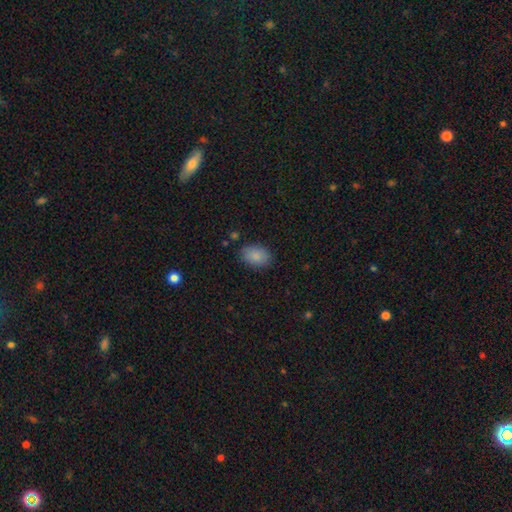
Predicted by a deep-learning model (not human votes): Q: Smooth or featured?
A: smooth (87%); runner-up: star or artifact (8%)
Q: How rounded?
A: in between (84%); runner-up: round (15%)
Q: Merging?
A: none (83%); runner-up: minor disturbance (12%)